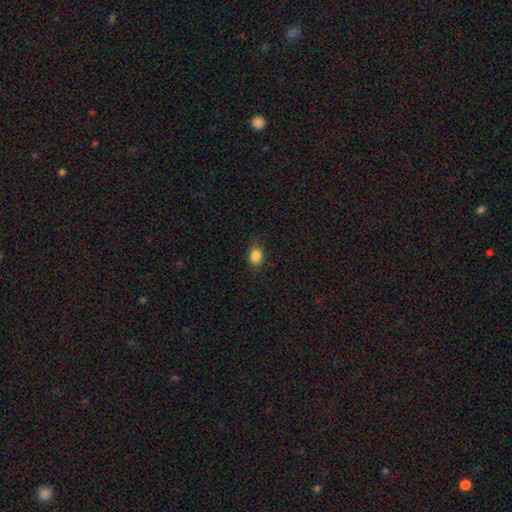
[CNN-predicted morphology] Smooth or featured?
  - smooth: 84% *
  - star or artifact: 10%
  - featured or disk: 5%
How rounded?
  - in between: 58% *
  - round: 41%
  - cigar-shaped: 2%
Merging?
  - none: 76% *
  - minor disturbance: 19%
  - major disturbance: 4%
  - merger: 1%